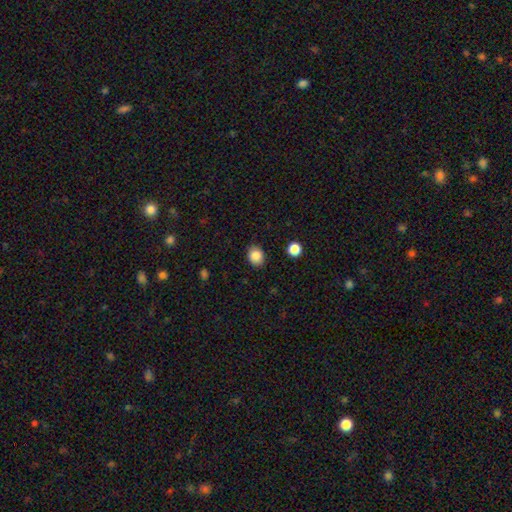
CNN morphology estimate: This is clearly a smooth galaxy (86%). How rounded: possibly round (55%). Merging: clearly none (87%).